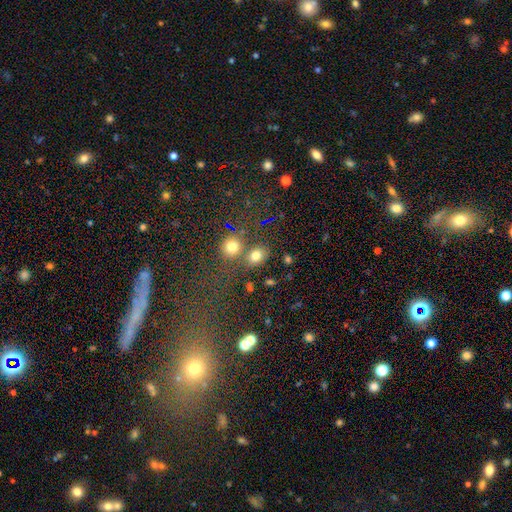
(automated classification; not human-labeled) A smooth galaxy with no disk features (76%) that is in between round and cigar-shaped (52%). Merging: none (61%).